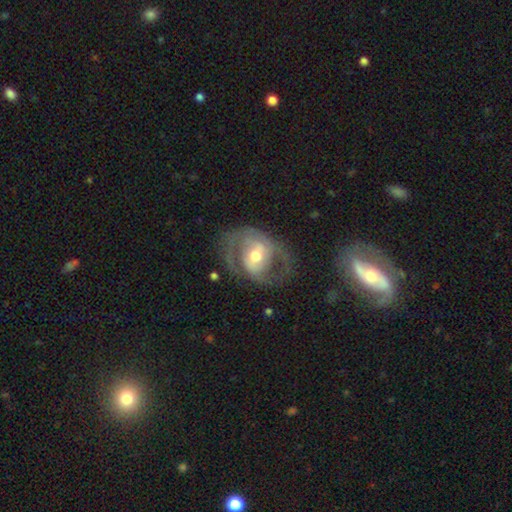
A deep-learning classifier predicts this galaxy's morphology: A featured or disk galaxy (76%) with a weak bar (40%), spiral arms (68%) and a moderate central bulge (70%).

Vote fractions:
- Smooth or featured? featured or disk: 76% / smooth: 18% / star or artifact: 5%
- Edge-on disk? no: 96% / yes: 4%
- Bar? weak: 40% / no: 34% / strong: 26%
- Spiral arms? yes: 68% / no: 32%
- Bulge size? moderate: 70% / small: 18% / large: 10% / dominant: 1% / none: 1%
- Merging? none: 62% / minor disturbance: 18% / major disturbance: 18% / merger: 2%